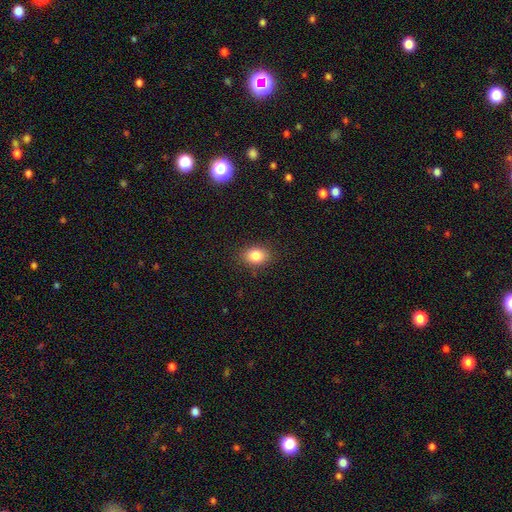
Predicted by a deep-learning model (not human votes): Morphology: type=smooth (83%); roundness=in between (66%); merging=none (87%).